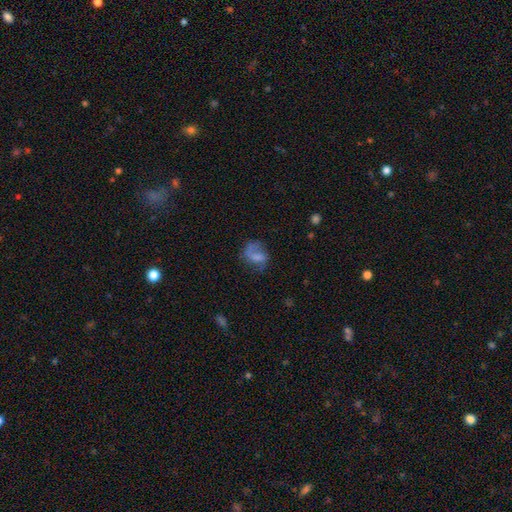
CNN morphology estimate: A smooth galaxy with no disk features (46%). Merging: none (44%).